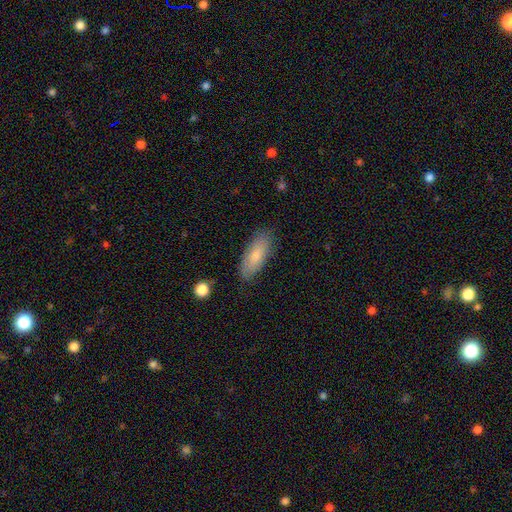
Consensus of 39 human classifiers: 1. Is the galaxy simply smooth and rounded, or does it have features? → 97% smooth, 3% star or artifact, 0% featured or disk.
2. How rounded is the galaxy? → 66% in between, 32% cigar-shaped, 3% round.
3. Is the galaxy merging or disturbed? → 84% none, 11% minor disturbance, 3% major disturbance, 3% merger.